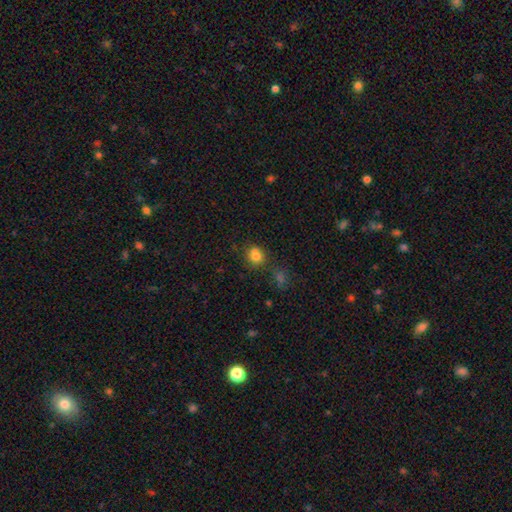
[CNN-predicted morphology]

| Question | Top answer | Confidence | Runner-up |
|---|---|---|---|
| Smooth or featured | smooth | 78% | star or artifact (13%) |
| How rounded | round | 76% | in between (23%) |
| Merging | none | 58% | merger (21%) |